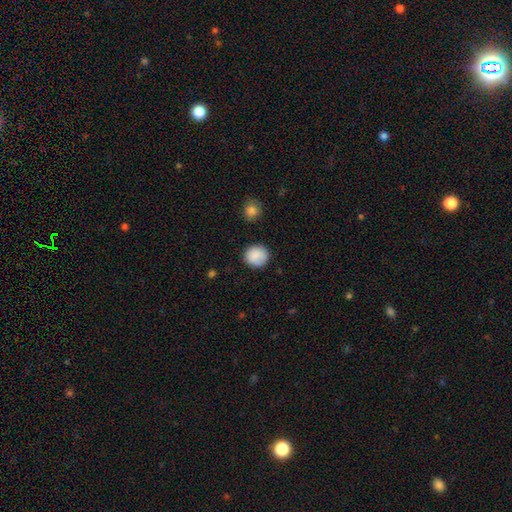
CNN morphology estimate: Q: Smooth or featured?
A: smooth (86%); runner-up: star or artifact (8%)
Q: How rounded?
A: round (89%); runner-up: in between (10%)
Q: Merging?
A: none (82%); runner-up: minor disturbance (13%)